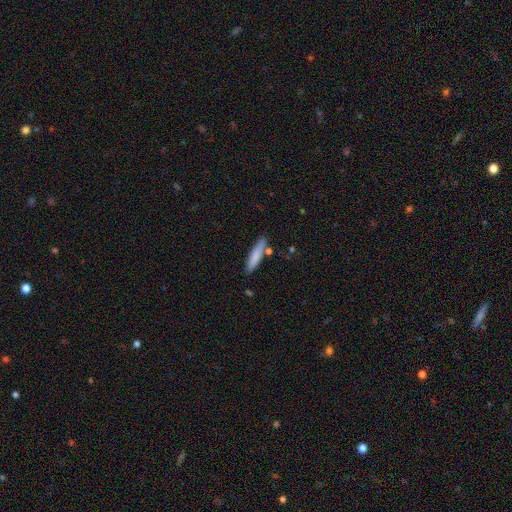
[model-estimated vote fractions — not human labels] This is likely a smooth galaxy (79%). How rounded: clearly cigar-shaped (84%). Merging: clearly none (81%).